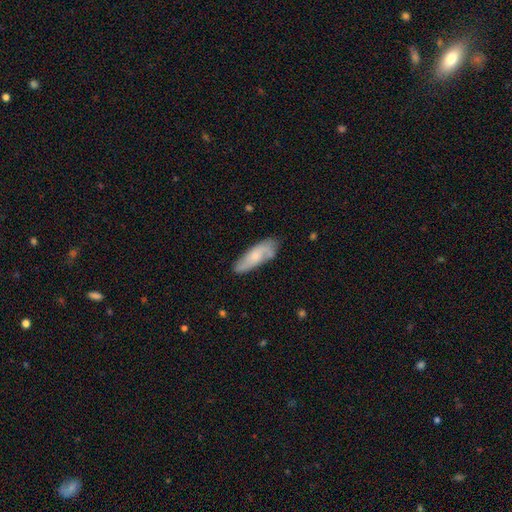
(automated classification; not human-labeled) Q: Smooth or featured?
A: smooth (52%); runner-up: featured or disk (42%)
Q: How rounded?
A: in between (57%); runner-up: cigar-shaped (41%)
Q: Merging?
A: none (70%); runner-up: minor disturbance (22%)